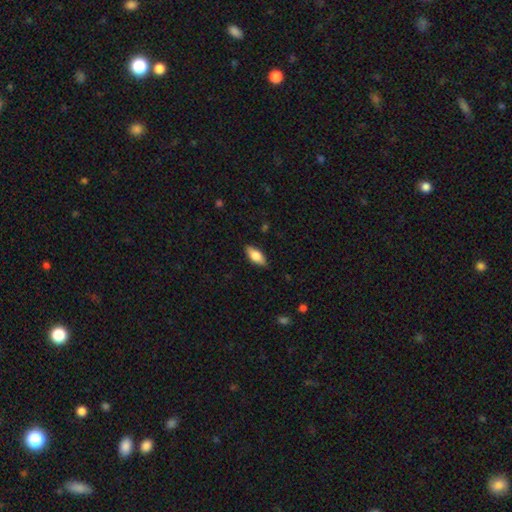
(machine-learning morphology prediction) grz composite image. It shows a smooth galaxy with no disk features (70%) that is in between round and cigar-shaped (82%). Merging: none (86%).